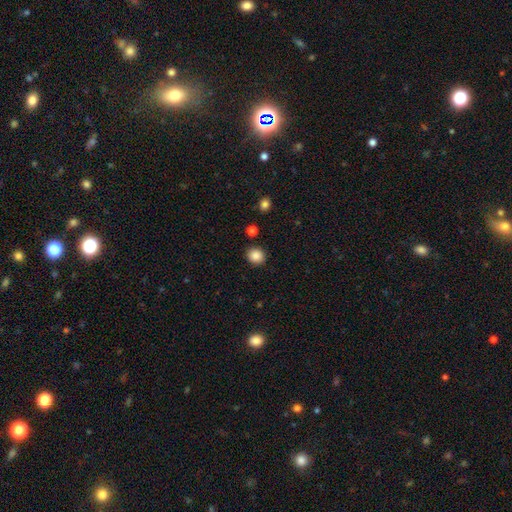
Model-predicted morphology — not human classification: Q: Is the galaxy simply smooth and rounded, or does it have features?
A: smooth — 87%.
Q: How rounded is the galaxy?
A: round — 84%.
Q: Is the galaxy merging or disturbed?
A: none — 89%.